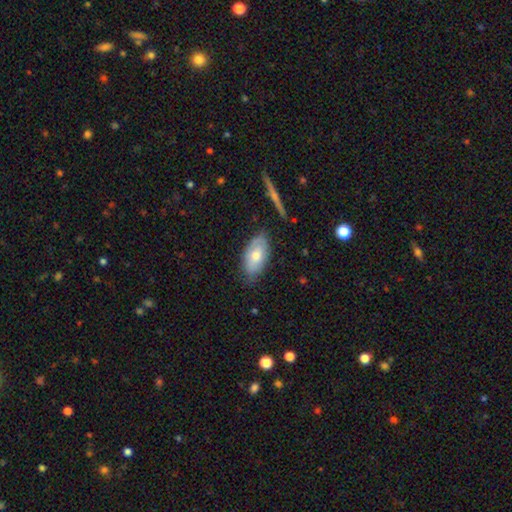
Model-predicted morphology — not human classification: smooth-or-featured: smooth: 66% | featured or disk: 28% | star or artifact: 7%
  how-rounded: in between: 93% | round: 4% | cigar-shaped: 3%
  merging: none: 72% | minor disturbance: 22% | major disturbance: 4% | merger: 2%